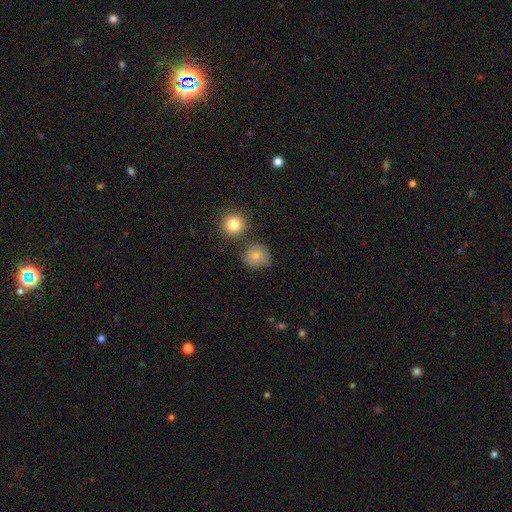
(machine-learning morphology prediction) Smooth or featured: smooth — 80% (star or artifact — 12%)
How rounded: round — 89% (in between — 10%)
Merging: none — 74% (merger — 12%)